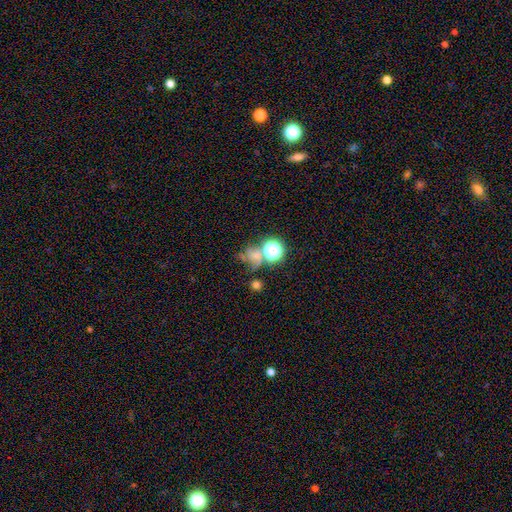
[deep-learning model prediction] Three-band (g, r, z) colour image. It shows a star or artifact, not a galaxy (52%).